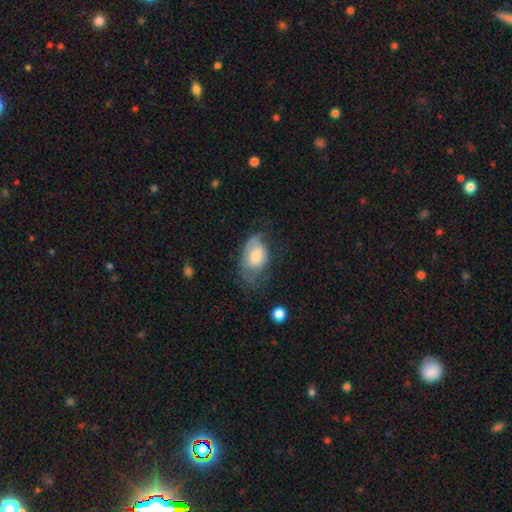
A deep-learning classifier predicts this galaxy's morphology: Smooth or featured?
  - smooth: 61% *
  - featured or disk: 31%
  - star or artifact: 7%
How rounded?
  - in between: 87% *
  - round: 12%
  - cigar-shaped: 2%
Merging?
  - minor disturbance: 34% *
  - none: 33%
  - major disturbance: 31%
  - merger: 2%